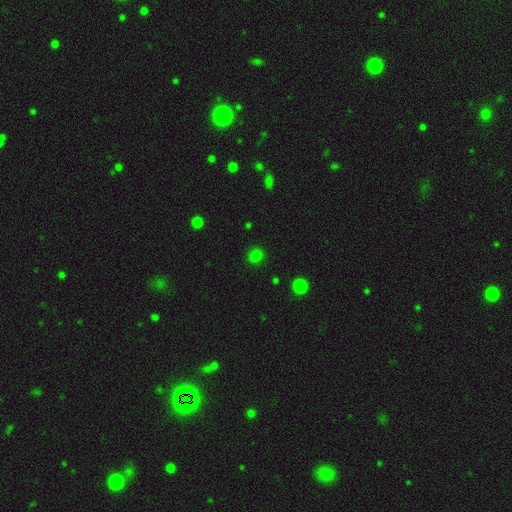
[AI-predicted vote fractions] Q: Smooth or featured?
A: smooth (76%); runner-up: star or artifact (20%)
Q: How rounded?
A: round (81%); runner-up: in between (18%)
Q: Merging?
A: none (88%); runner-up: minor disturbance (8%)